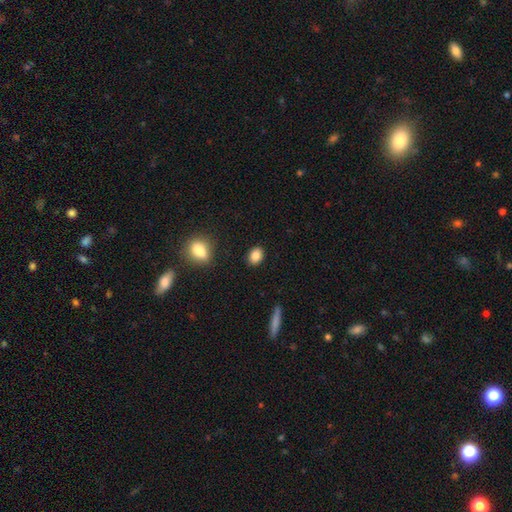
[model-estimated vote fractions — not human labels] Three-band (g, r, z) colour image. It shows a smooth galaxy with no disk features (86%) that is in between round and cigar-shaped (65%). Merging: none (88%).